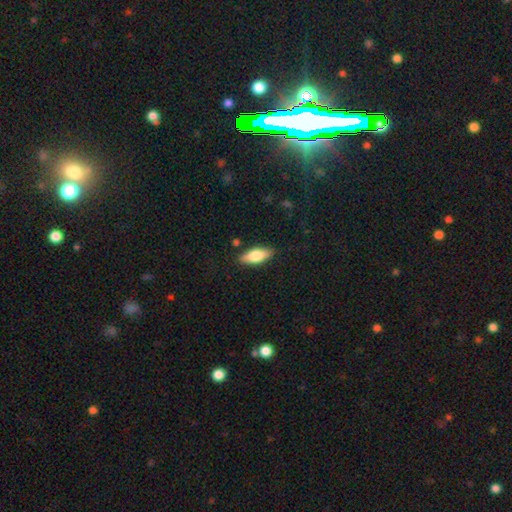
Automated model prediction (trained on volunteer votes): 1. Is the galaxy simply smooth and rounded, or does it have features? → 69% smooth, 25% featured or disk, 6% star or artifact.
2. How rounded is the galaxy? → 73% in between, 24% cigar-shaped, 3% round.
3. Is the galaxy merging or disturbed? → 86% none, 10% minor disturbance, 2% major disturbance, 2% merger.